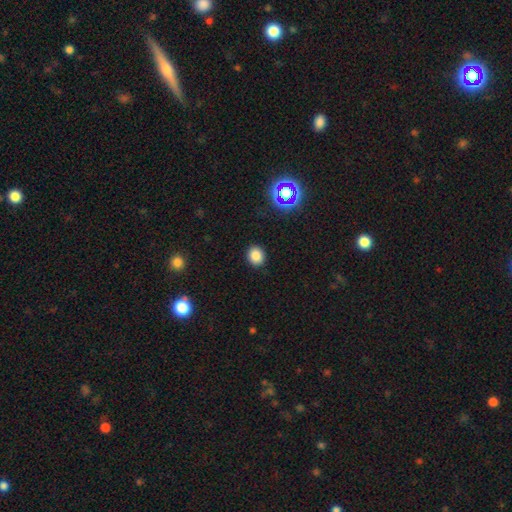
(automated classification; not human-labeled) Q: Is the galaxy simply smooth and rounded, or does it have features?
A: smooth — 82%.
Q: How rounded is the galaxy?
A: round — 70%.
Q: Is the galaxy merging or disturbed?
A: none — 90%.